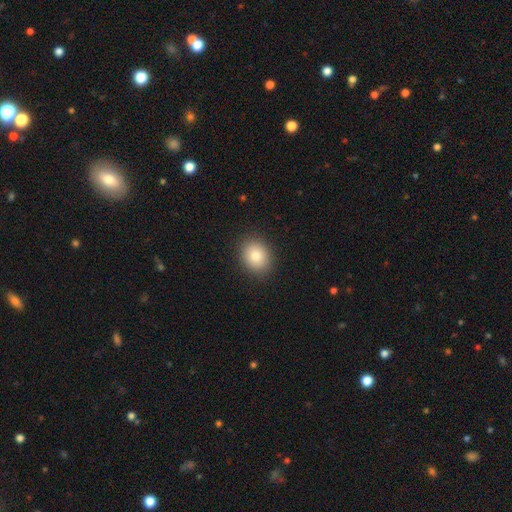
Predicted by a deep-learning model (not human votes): smooth 84%, star or artifact 9%, featured or disk 7%. Down the decision tree: how rounded — round (53%); merging — none (89%).